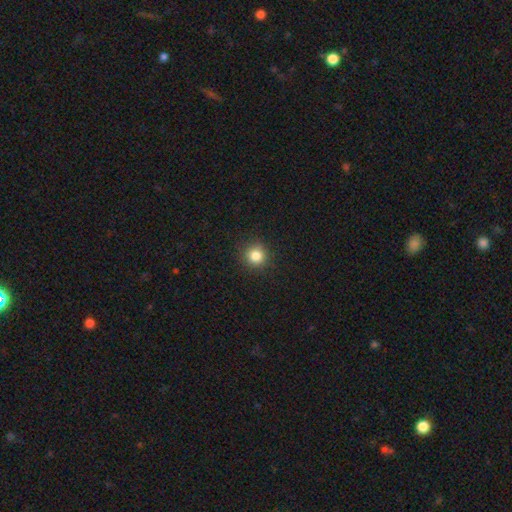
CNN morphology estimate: A smooth galaxy with no disk features (84%) that is round (92%). Merging: none (90%).